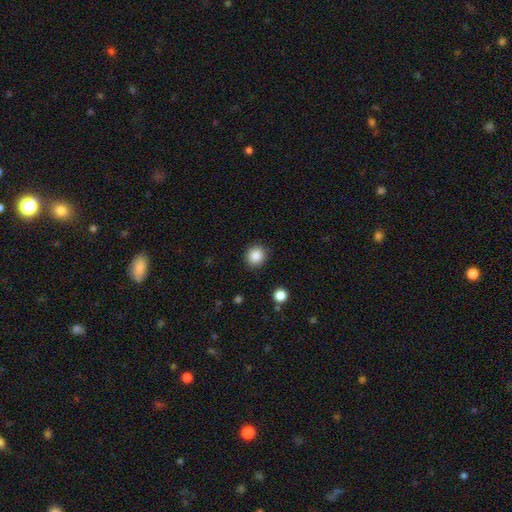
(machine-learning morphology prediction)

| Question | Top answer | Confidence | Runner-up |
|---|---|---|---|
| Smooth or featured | smooth | 87% | star or artifact (9%) |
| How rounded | round | 84% | in between (15%) |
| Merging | none | 89% | minor disturbance (7%) |